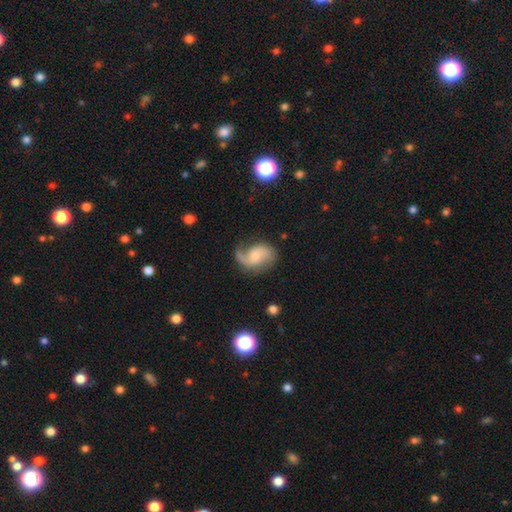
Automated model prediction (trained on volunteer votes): A featured or disk galaxy (77%) with no bar (59%), 2 (63%) loose (50%) spiral arms (95%) and a small central bulge (46%). Merging: none (57%).